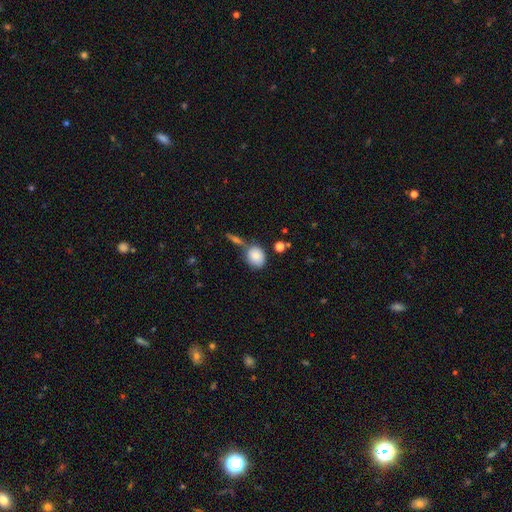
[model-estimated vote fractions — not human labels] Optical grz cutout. It shows a smooth galaxy with no disk features (85%) that is round (52%). Merging: none (59%).